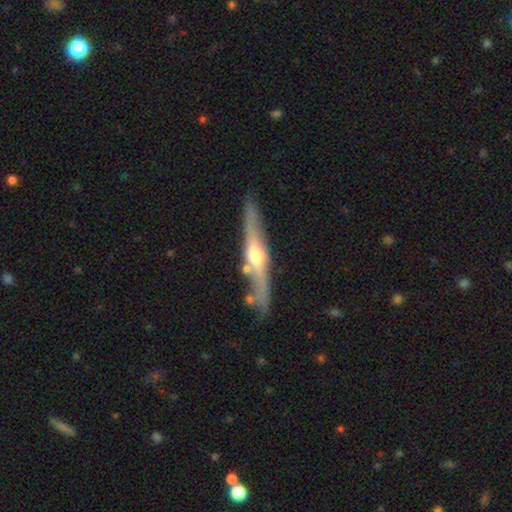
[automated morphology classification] The model was most divided on "smooth or featured": featured or disk: 71%, smooth: 24%, star or artifact: 5%. More confident: edge-on disk — yes (92%); edge-on bulge — rounded (89%); merging — none (79%).